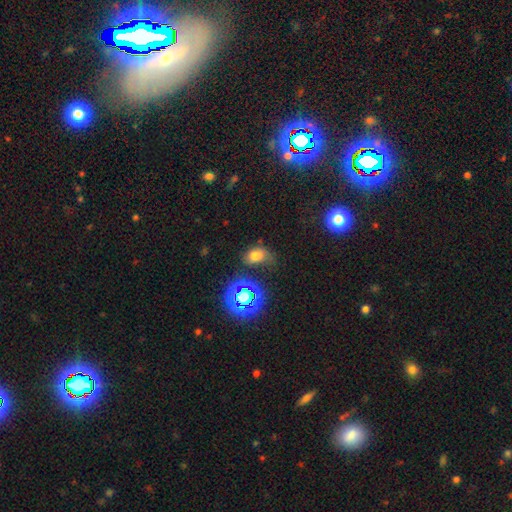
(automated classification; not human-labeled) Smooth or featured: smooth — 60% (star or artifact — 29%)
How rounded: in between — 79% (round — 19%)
Merging: none — 49% (minor disturbance — 27%)